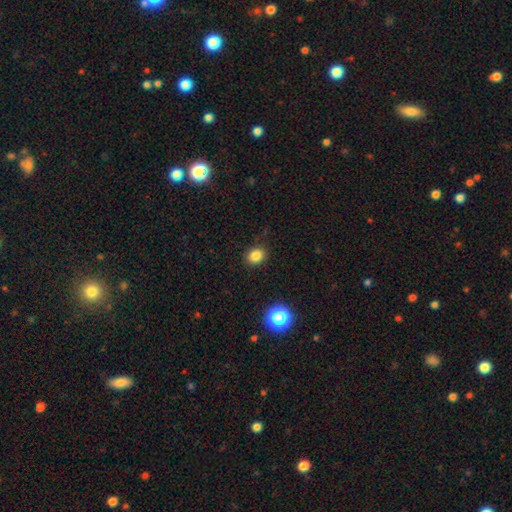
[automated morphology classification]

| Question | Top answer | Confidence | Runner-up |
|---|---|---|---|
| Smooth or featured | smooth | 83% | star or artifact (12%) |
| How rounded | round | 58% | in between (41%) |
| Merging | none | 89% | minor disturbance (8%) |